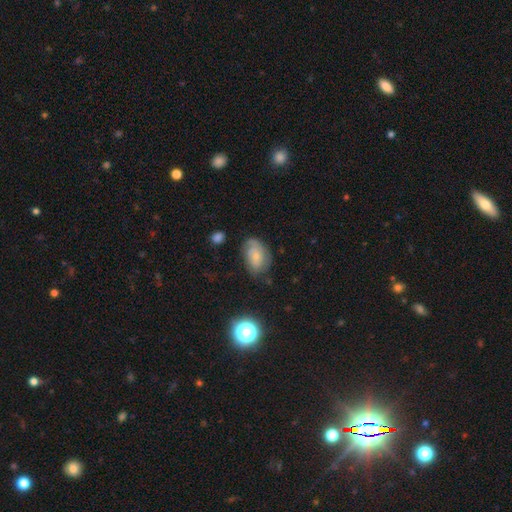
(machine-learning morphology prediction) Smooth or featured? Predicted: smooth (p=0.46). Merging? Predicted: none (p=0.57).